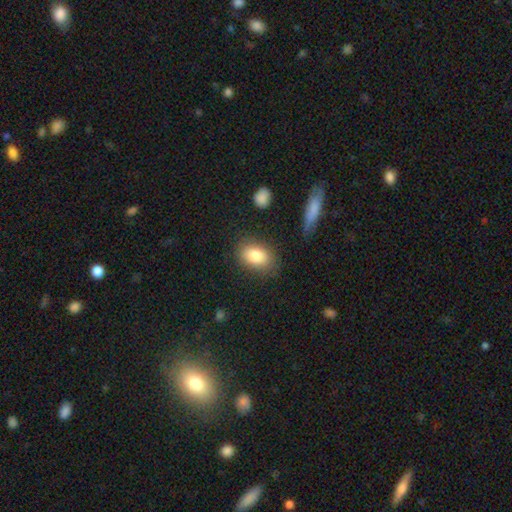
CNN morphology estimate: Q: Smooth or featured?
A: smooth (82%); runner-up: featured or disk (10%)
Q: How rounded?
A: in between (81%); runner-up: round (18%)
Q: Merging?
A: none (81%); runner-up: minor disturbance (13%)